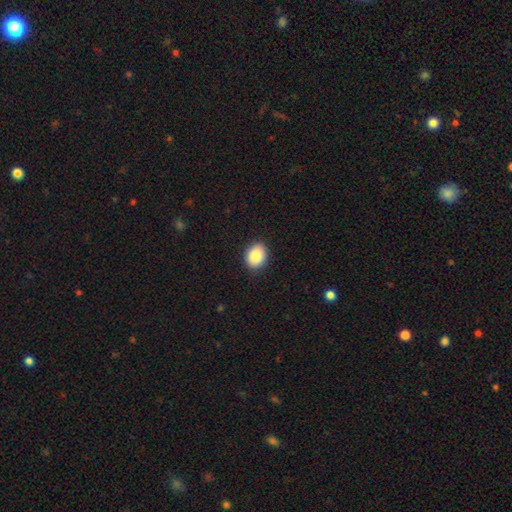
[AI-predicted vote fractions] smooth_or_featured: smooth (p=0.89) [alt: star or artifact p=0.07]
how_rounded: in between (p=0.58) [alt: round p=0.41]
merging: none (p=0.89) [alt: minor disturbance p=0.08]